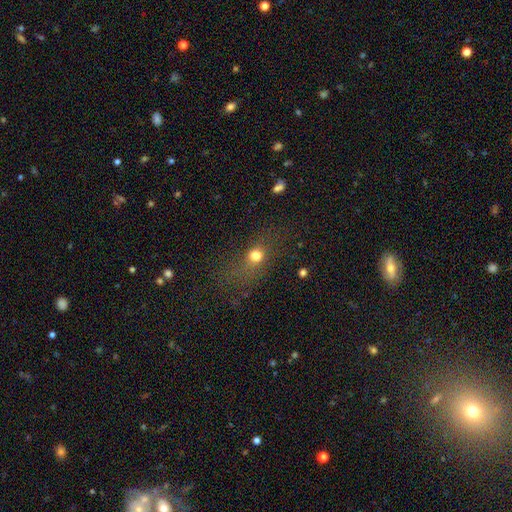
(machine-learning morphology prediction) Smooth or featured?
  - smooth: 67% *
  - star or artifact: 19%
  - featured or disk: 14%
How rounded?
  - round: 52% *
  - in between: 40%
  - cigar-shaped: 8%
Merging?
  - none: 56% *
  - major disturbance: 21%
  - minor disturbance: 18%
  - merger: 4%